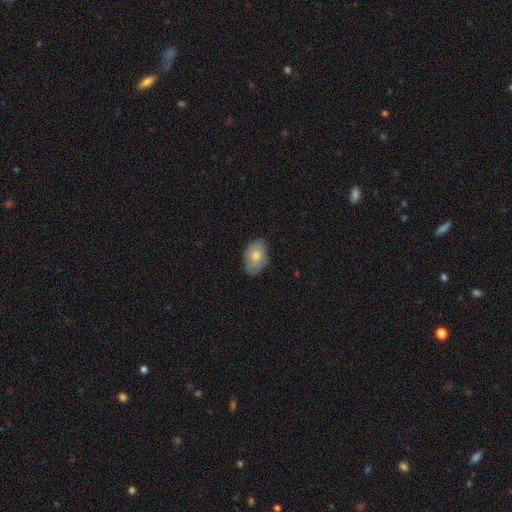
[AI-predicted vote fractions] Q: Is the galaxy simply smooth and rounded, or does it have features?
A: smooth — 75%.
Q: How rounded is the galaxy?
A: in between — 86%.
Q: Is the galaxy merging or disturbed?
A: none — 71%.